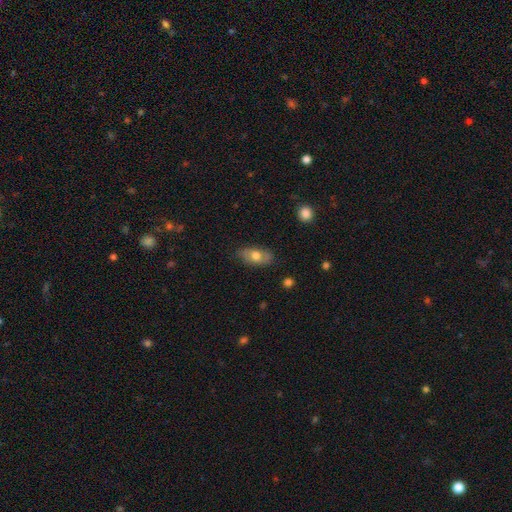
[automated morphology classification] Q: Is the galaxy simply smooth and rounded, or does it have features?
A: smooth — 65%.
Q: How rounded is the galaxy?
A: in between — 89%.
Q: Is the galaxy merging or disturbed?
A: none — 77%.